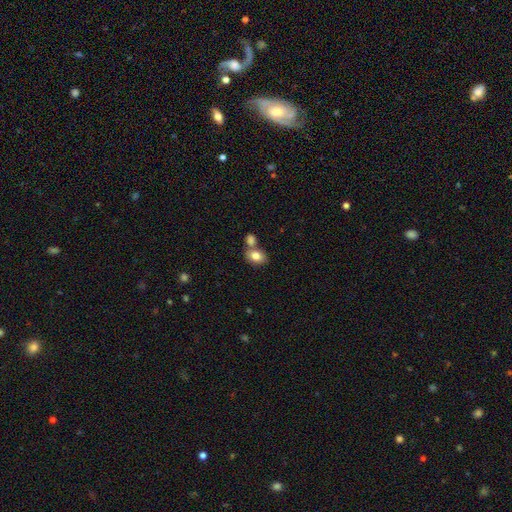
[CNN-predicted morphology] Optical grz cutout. It shows a smooth galaxy with no disk features (82%) that is in between round and cigar-shaped (76%). Merging: none (48%).